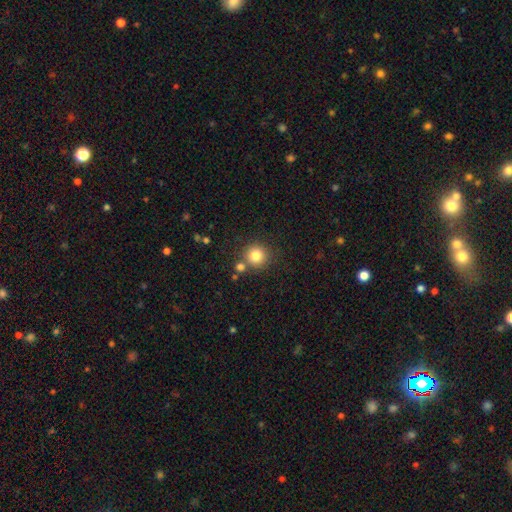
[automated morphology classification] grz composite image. It shows a smooth galaxy with no disk features (81%) that is round (93%). Merging: none (76%).